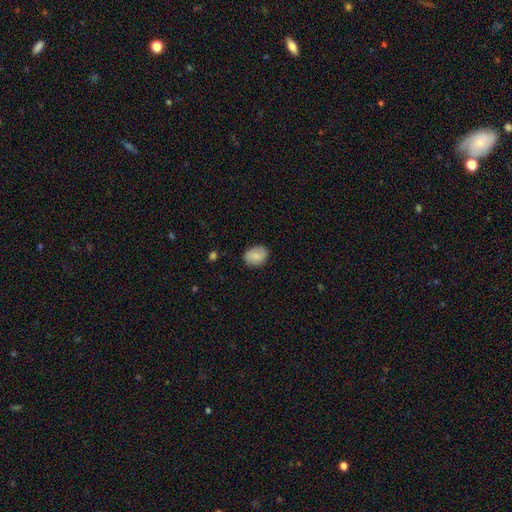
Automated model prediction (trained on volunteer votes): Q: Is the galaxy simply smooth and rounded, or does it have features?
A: smooth — 77%.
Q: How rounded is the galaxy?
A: in between — 63%.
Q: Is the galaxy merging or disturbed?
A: none — 82%.